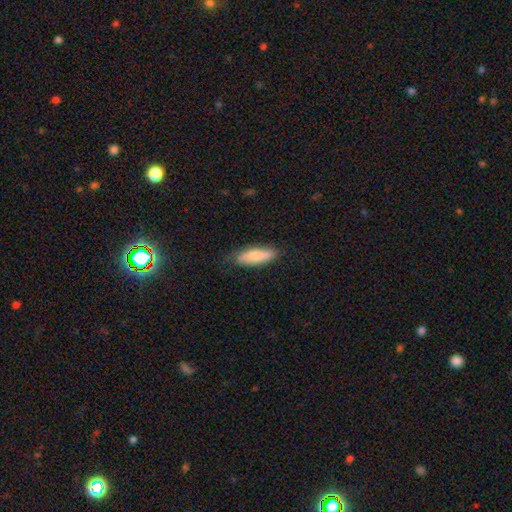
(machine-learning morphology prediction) smooth_or_featured: smooth (p=0.78) [alt: featured or disk p=0.17]
how_rounded: in between (p=0.55) [alt: cigar-shaped p=0.43]
merging: none (p=0.76) [alt: minor disturbance p=0.19]